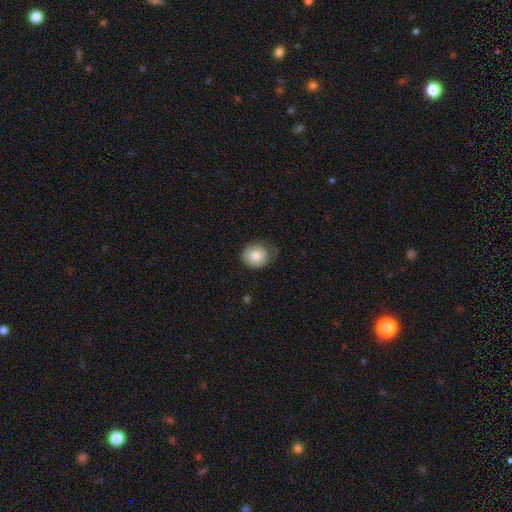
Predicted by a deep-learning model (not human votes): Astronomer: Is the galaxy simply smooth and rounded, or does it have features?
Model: smooth — 81%.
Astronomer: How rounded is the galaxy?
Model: round — 71%.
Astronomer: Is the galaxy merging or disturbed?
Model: none — 63%.